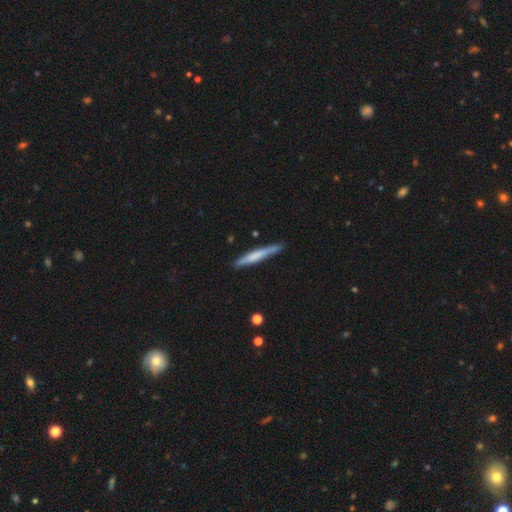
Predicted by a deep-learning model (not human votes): A smooth galaxy with no disk features (53%) that is cigar-shaped (95%).

Vote fractions:
- Smooth or featured? smooth: 53% / featured or disk: 42% / star or artifact: 5%
- How rounded? cigar-shaped: 95% / in between: 3% / round: 1%
- Merging? none: 83% / minor disturbance: 13% / major disturbance: 2% / merger: 2%